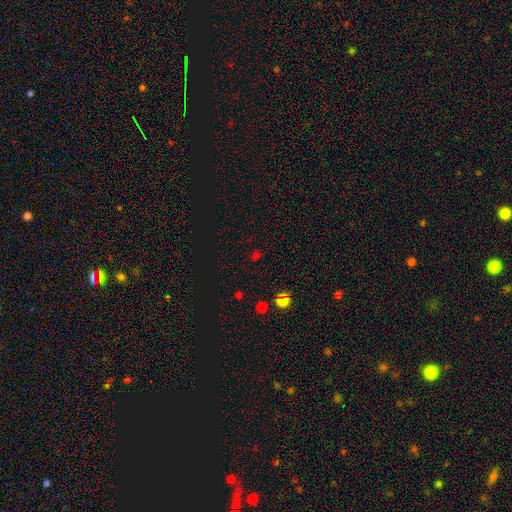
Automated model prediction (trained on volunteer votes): Smooth or featured? Predicted: star or artifact (p=0.57).